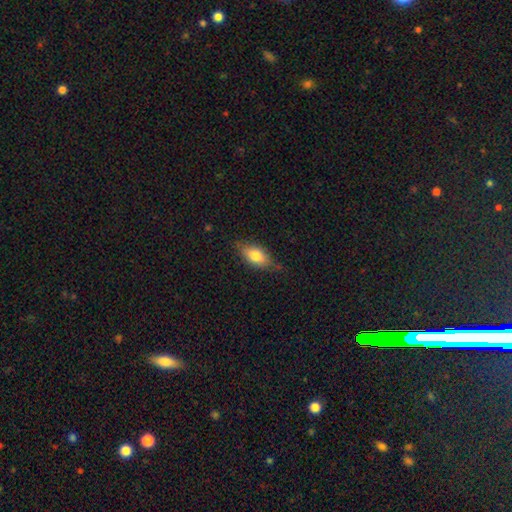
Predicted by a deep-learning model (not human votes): A smooth galaxy with no disk features (73%) that is in between round and cigar-shaped (85%).

Vote fractions:
- Smooth or featured? smooth: 73% / featured or disk: 20% / star or artifact: 7%
- How rounded? in between: 85% / cigar-shaped: 9% / round: 6%
- Merging? none: 70% / minor disturbance: 24% / major disturbance: 5% / merger: 1%